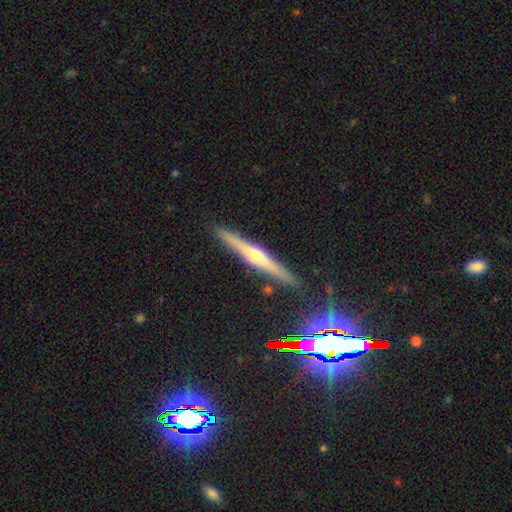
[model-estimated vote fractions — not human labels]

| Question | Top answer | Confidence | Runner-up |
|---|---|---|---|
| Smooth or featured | featured or disk | 68% | smooth (25%) |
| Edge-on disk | yes | 97% | no (3%) |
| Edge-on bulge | rounded | 83% | none (10%) |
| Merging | none | 89% | minor disturbance (8%) |